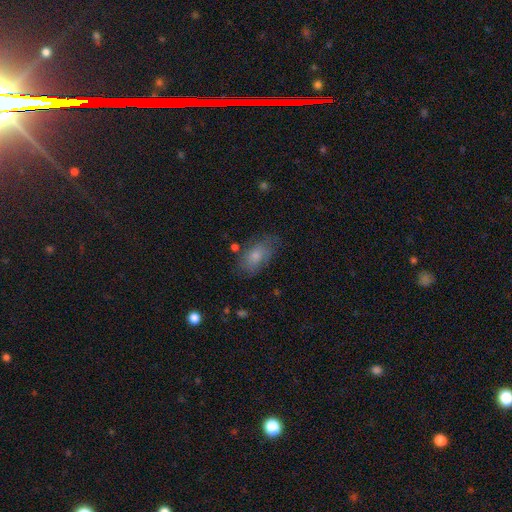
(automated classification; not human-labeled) Q: Smooth or featured?
A: smooth (71%); runner-up: featured or disk (21%)
Q: How rounded?
A: in between (89%); runner-up: round (7%)
Q: Merging?
A: none (60%); runner-up: minor disturbance (26%)